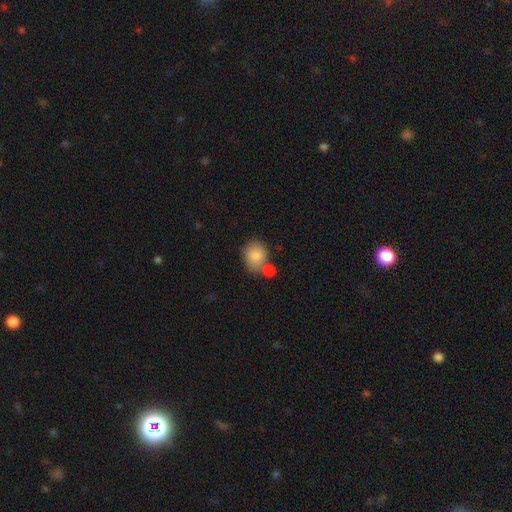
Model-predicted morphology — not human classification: This appears to be a smooth galaxy with no disk features (84%) that is round (65%). Merging: none (50%).